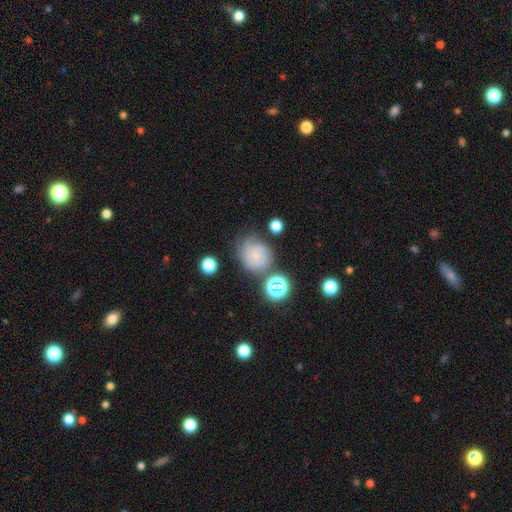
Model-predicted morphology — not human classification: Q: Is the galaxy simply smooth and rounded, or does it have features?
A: smooth — 52%.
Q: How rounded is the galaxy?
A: round — 78%.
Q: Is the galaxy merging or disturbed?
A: none — 58%.